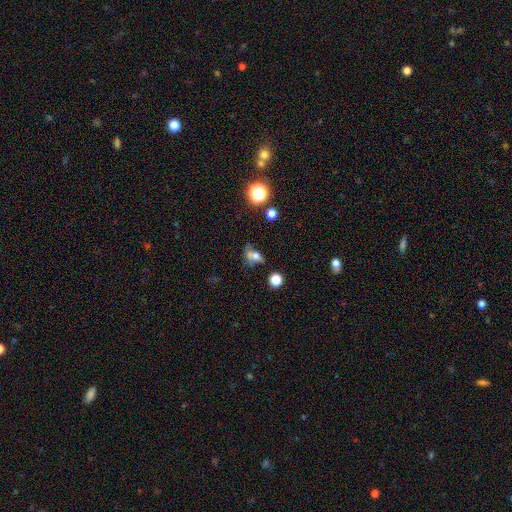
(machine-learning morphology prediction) Smooth or featured? Predicted: smooth (p=0.55). How rounded? Predicted: in between (p=0.62). Merging? Predicted: none (p=0.35).